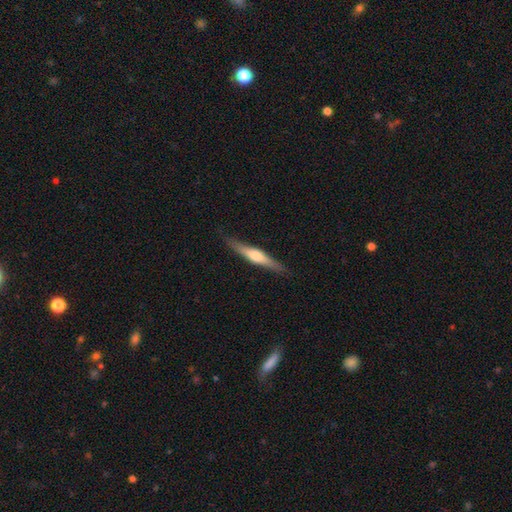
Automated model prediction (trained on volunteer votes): The model was most divided on "smooth or featured": featured or disk: 63%, smooth: 31%, star or artifact: 5%. More confident: edge-on disk — yes (97%); merging — none (87%); edge-on bulge — rounded (80%).